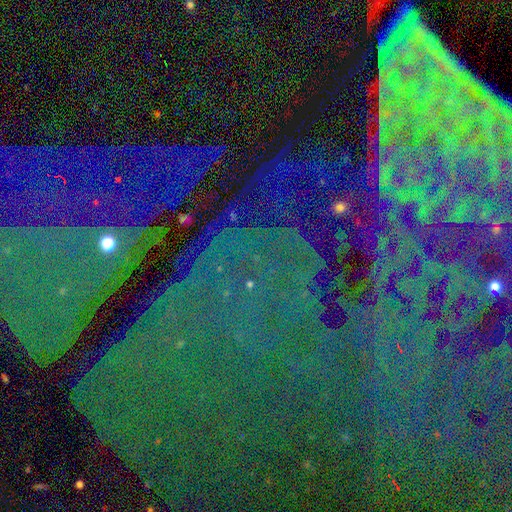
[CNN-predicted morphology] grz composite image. It shows a star or artifact, not a galaxy (84%).